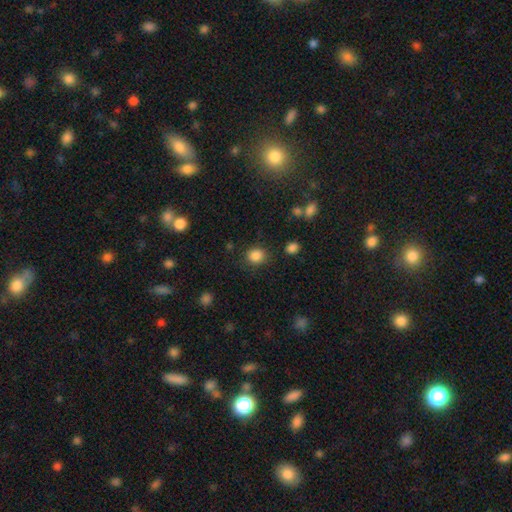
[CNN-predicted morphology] Smooth or featured?
  - smooth: 86% *
  - star or artifact: 11%
  - featured or disk: 4%
How rounded?
  - round: 81% *
  - in between: 18%
  - cigar-shaped: 1%
Merging?
  - none: 84% *
  - minor disturbance: 9%
  - major disturbance: 4%
  - merger: 2%